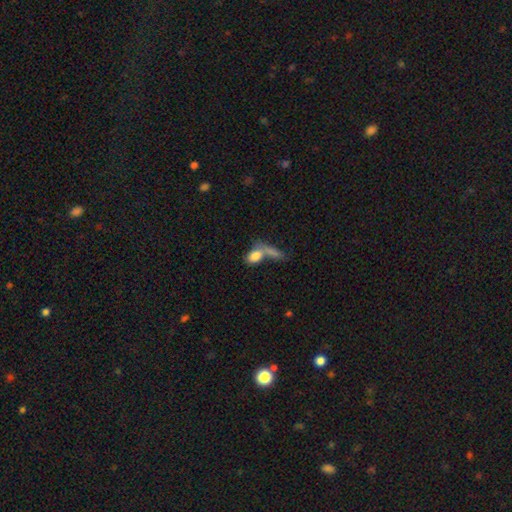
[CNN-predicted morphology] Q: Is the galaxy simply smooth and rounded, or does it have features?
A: smooth — 79%.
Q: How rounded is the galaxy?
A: in between — 81%.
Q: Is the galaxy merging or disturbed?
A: merger — 51%.